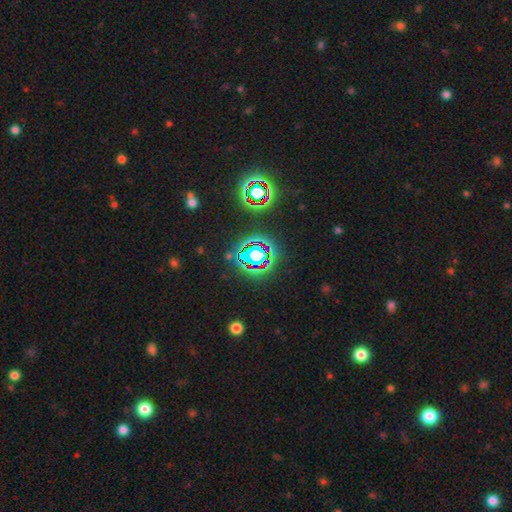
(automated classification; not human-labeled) Morphology: type=star or artifact (76%).